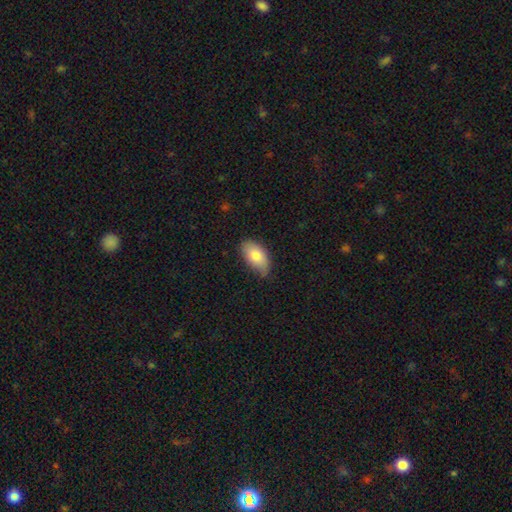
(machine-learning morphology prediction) smooth 81%, featured or disk 13%, star or artifact 7%. Down the decision tree: how rounded — in between (94%); merging — none (67%).